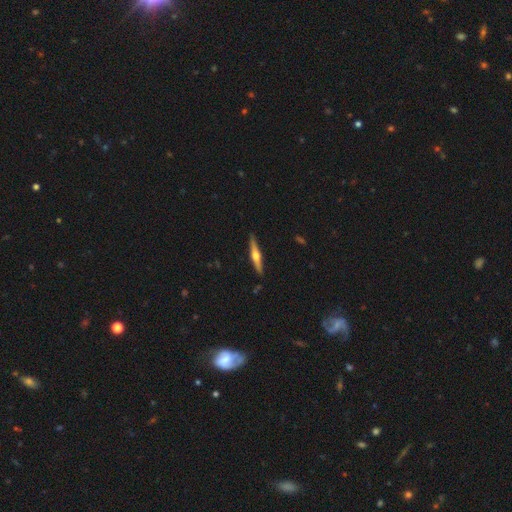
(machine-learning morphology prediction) Q: Smooth or featured?
A: featured or disk (72%); runner-up: smooth (23%)
Q: Edge-on disk?
A: yes (98%); runner-up: no (2%)
Q: Edge-on bulge?
A: rounded (93%); runner-up: boxy (4%)
Q: Merging?
A: none (90%); runner-up: minor disturbance (7%)